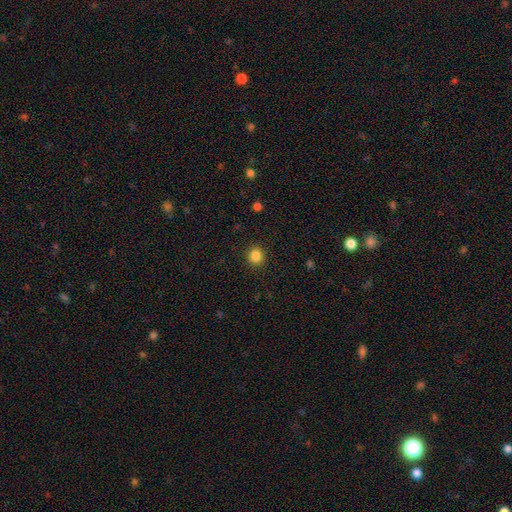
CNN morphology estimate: A smooth galaxy with no disk features (85%) that is round (85%). Merging: none (91%).